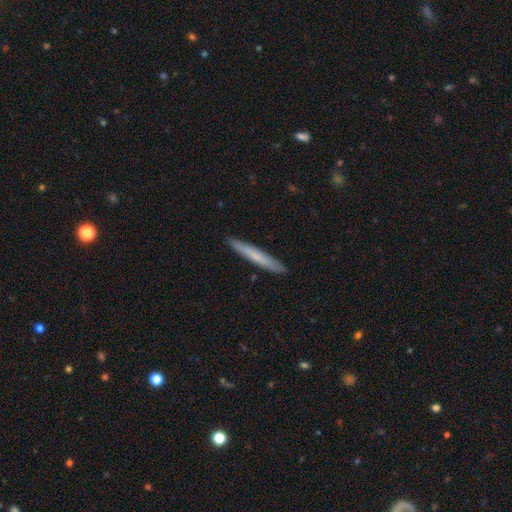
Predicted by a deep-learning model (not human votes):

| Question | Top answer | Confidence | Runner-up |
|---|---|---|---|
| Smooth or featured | smooth | 65% | featured or disk (30%) |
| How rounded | cigar-shaped | 96% | in between (3%) |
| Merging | none | 91% | minor disturbance (6%) |